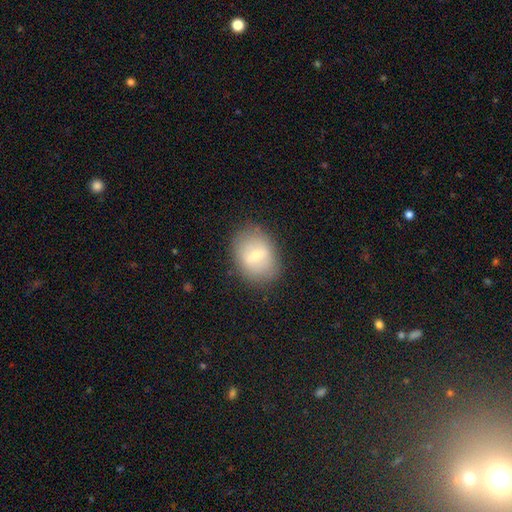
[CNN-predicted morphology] smooth-or-featured: smooth: 54% | featured or disk: 37% | star or artifact: 8%
  how-rounded: in between: 67% | round: 31% | cigar-shaped: 2%
  merging: none: 79% | minor disturbance: 14% | major disturbance: 5% | merger: 1%